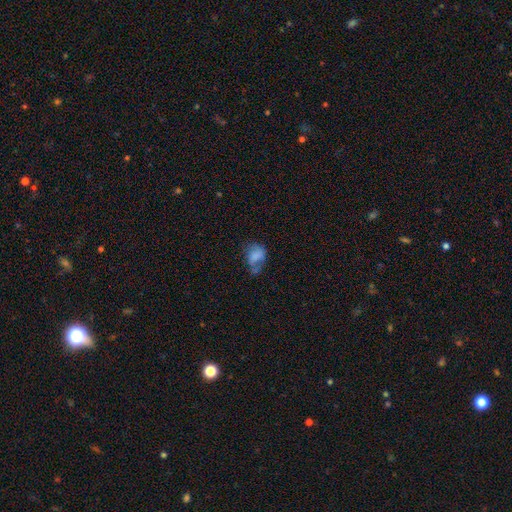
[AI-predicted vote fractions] A smooth galaxy with no disk features (64%) that is in between round and cigar-shaped (66%).

Vote fractions:
- Smooth or featured? smooth: 64% / featured or disk: 25% / star or artifact: 11%
- How rounded? in between: 66% / round: 32% / cigar-shaped: 1%
- Merging? minor disturbance: 30% (tied) / major disturbance: 30% (tied) / none: 29% / merger: 11%